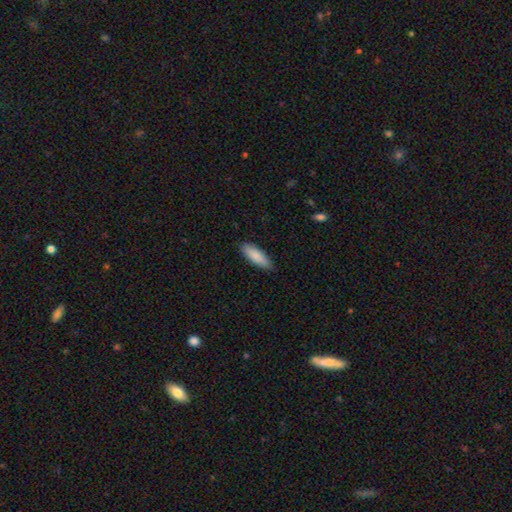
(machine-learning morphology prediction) Smooth or featured: smooth — 87% (featured or disk — 8%)
How rounded: in between — 58% (cigar-shaped — 40%)
Merging: none — 87% (minor disturbance — 10%)